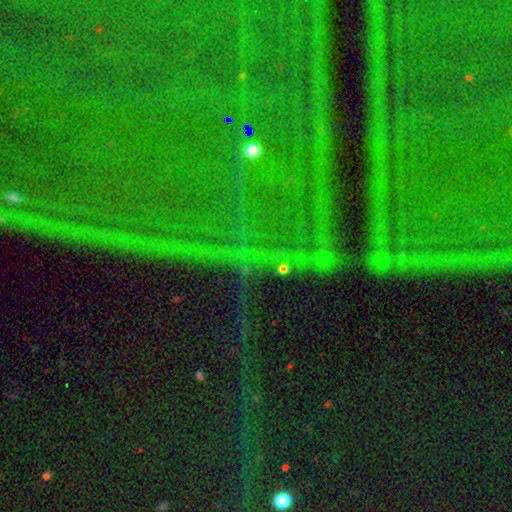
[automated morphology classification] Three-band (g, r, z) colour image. It shows a star or artifact, not a galaxy (80%).